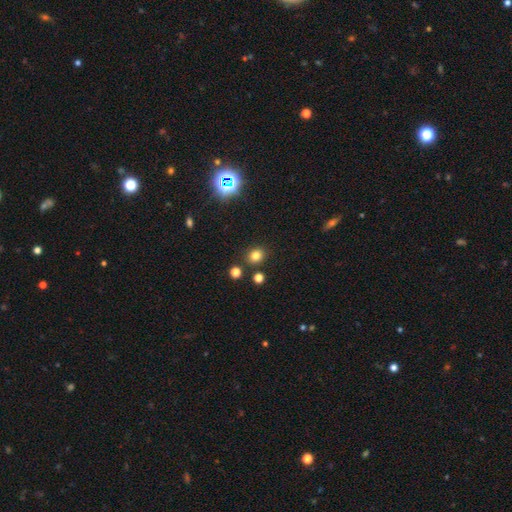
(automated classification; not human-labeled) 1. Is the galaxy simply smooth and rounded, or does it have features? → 78% smooth, 17% star or artifact, 6% featured or disk.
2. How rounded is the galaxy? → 69% round, 30% in between, 1% cigar-shaped.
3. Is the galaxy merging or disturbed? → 84% none, 8% minor disturbance, 5% merger, 3% major disturbance.